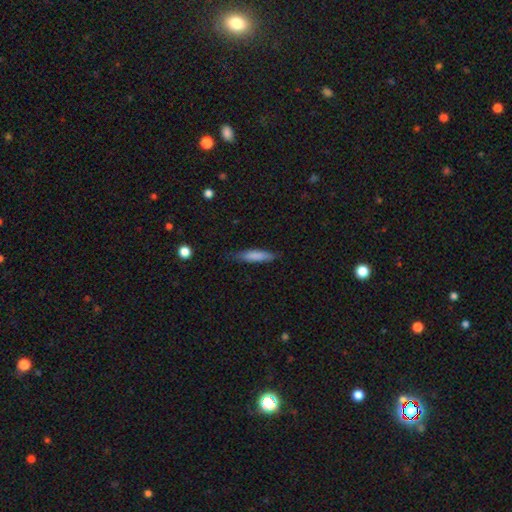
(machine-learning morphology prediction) A smooth galaxy with no disk features (80%) that is cigar-shaped (76%). Merging: none (79%).